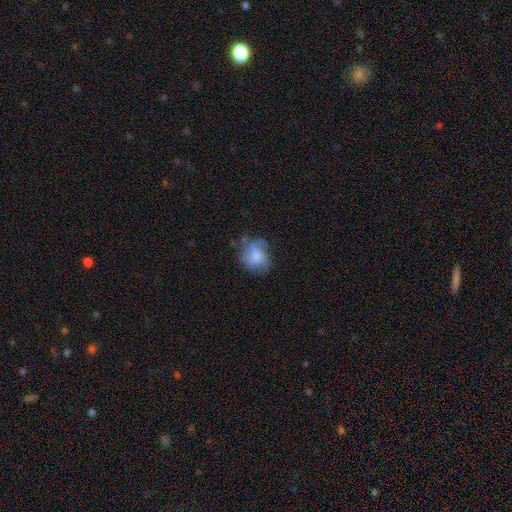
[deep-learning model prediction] smooth 47%, featured or disk 44%, star or artifact 9%. Down the decision tree: merging — none (52%).